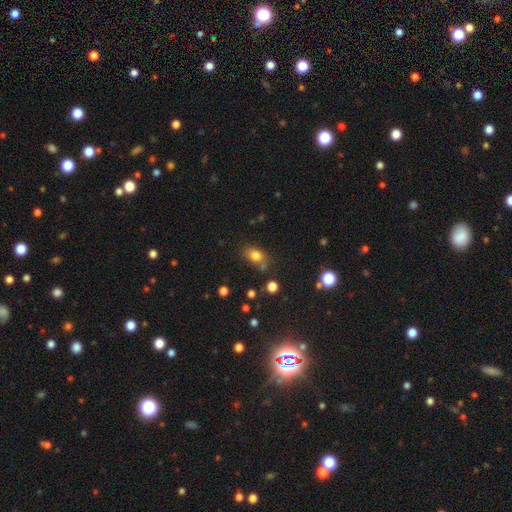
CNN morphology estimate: A smooth galaxy with no disk features (79%) that is in between round and cigar-shaped (69%). Merging: none (65%).